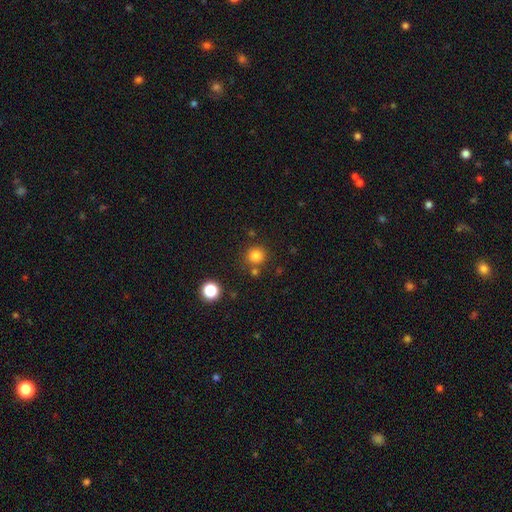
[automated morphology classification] A smooth galaxy with no disk features (81%) that is round (93%).

Vote fractions:
- Smooth or featured? smooth: 81% / star or artifact: 14% / featured or disk: 5%
- How rounded? round: 93% / in between: 6% / cigar-shaped: 1%
- Merging? none: 80% / merger: 9% / minor disturbance: 8% / major disturbance: 3%